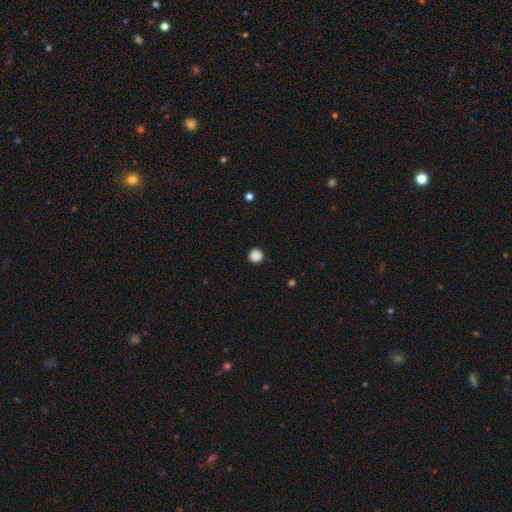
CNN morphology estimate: Smooth or featured? smooth (88%)
How rounded? round (96%)
Merging? none (93%)